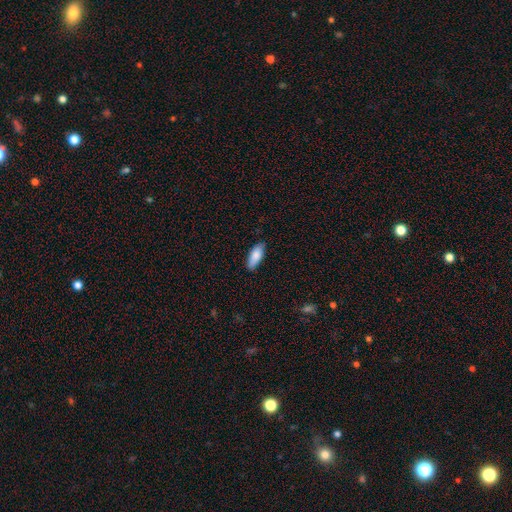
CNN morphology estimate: The model was most divided on "how rounded": in between: 79%, cigar-shaped: 19%, round: 2%. More confident: smooth or featured — smooth (86%); merging — none (81%).